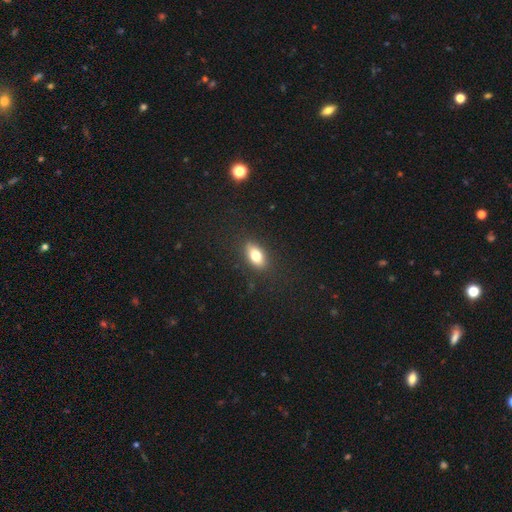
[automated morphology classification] A smooth galaxy with no disk features (75%) that is in between round and cigar-shaped (86%). Merging: none (86%).